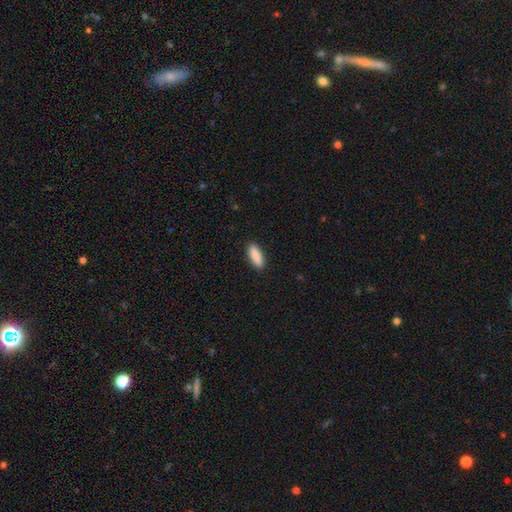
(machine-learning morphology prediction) Smooth or featured?
  - smooth: 89% *
  - star or artifact: 6%
  - featured or disk: 5%
How rounded?
  - in between: 56% *
  - cigar-shaped: 42%
  - round: 2%
Merging?
  - none: 90% *
  - minor disturbance: 7%
  - major disturbance: 2%
  - merger: 1%